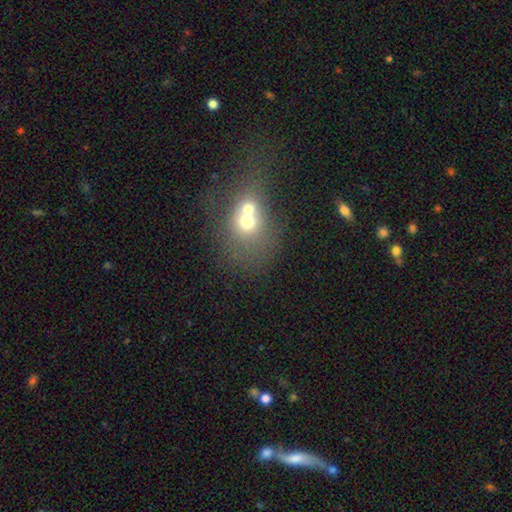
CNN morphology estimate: type=smooth (56%); roundness=round (49%); merging=merger (51%).